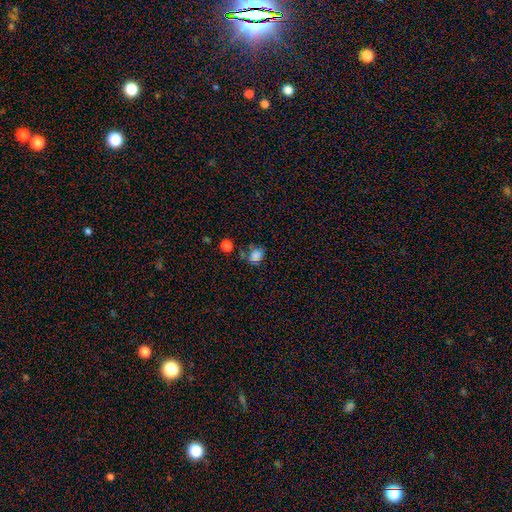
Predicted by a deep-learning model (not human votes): Smooth or featured: smooth — 82% (star or artifact — 12%)
How rounded: round — 59% (in between — 40%)
Merging: none — 57% (minor disturbance — 22%)